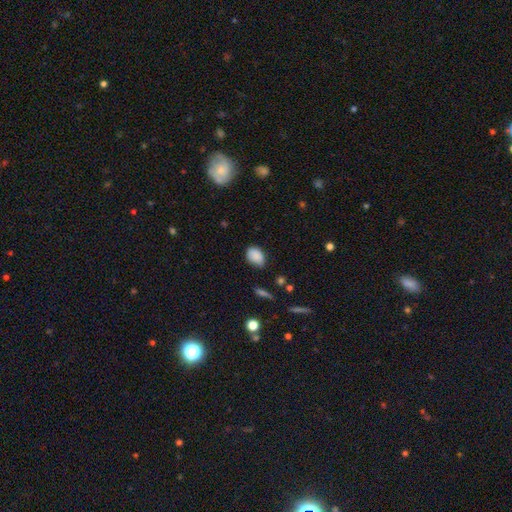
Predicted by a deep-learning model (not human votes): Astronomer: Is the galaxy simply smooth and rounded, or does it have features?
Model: smooth — 86%.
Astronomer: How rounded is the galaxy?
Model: in between — 77%.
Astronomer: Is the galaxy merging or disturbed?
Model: none — 65%.